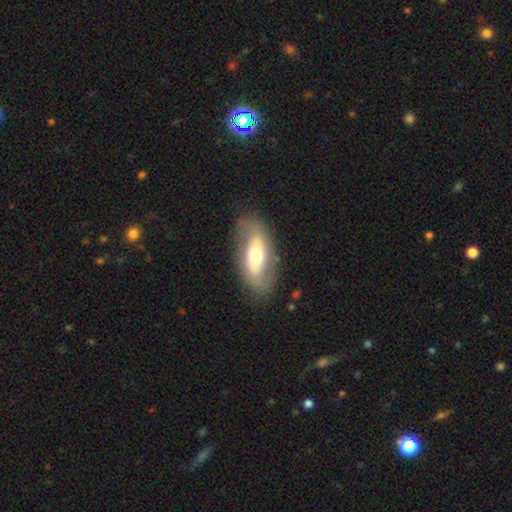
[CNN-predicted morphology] Overall: featured or disk (57%; smooth 37%). Edge-on disk: no (88%). Bar: no (48%; weak 27%). Spiral arms: no (51%; yes 49%). Bulge size: moderate (68%). Merging: none (78%).